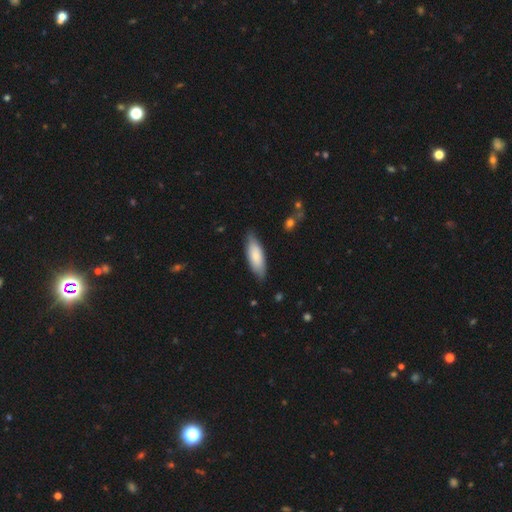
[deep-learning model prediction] Smooth or featured: smooth — 80% (featured or disk — 15%)
How rounded: in between — 62% (cigar-shaped — 36%)
Merging: none — 81% (minor disturbance — 15%)